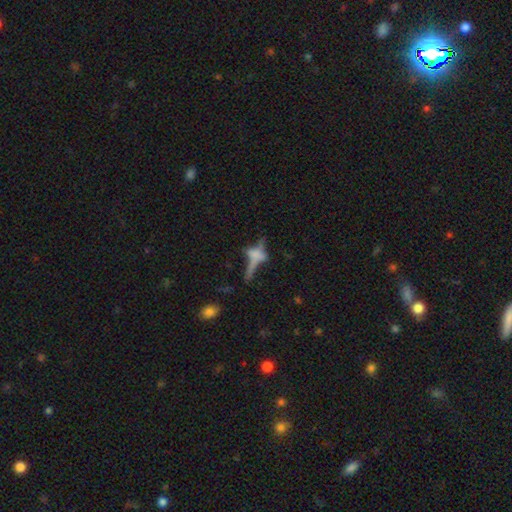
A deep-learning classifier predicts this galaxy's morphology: type=featured or disk (42%, tied with smooth); merging=none (38%).